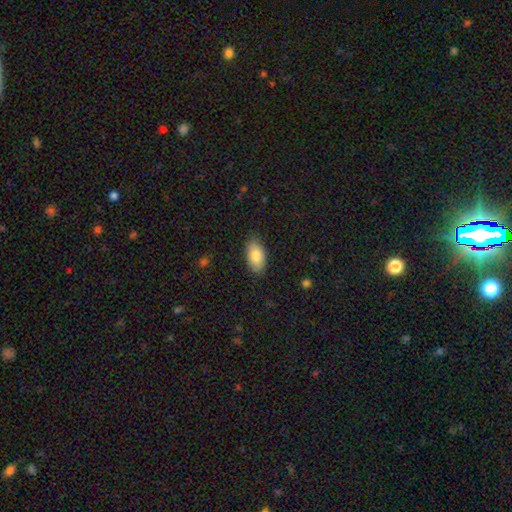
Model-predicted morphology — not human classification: Overall: smooth (83%). How rounded: in between (93%). Merging: none (84%).